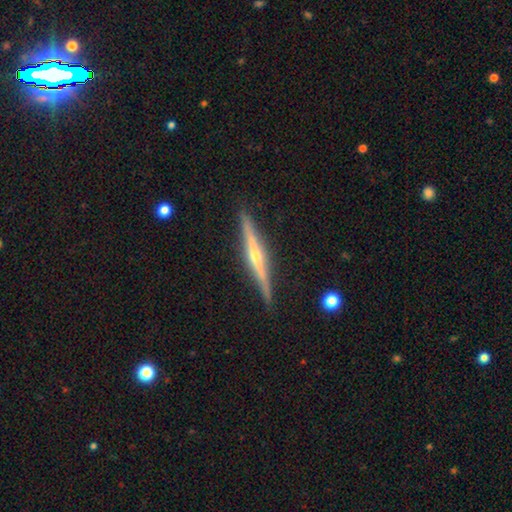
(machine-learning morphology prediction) Q: Smooth or featured?
A: featured or disk (80%); runner-up: smooth (14%)
Q: Edge-on disk?
A: yes (98%); runner-up: no (2%)
Q: Edge-on bulge?
A: rounded (79%); runner-up: none (15%)
Q: Merging?
A: none (90%); runner-up: minor disturbance (8%)